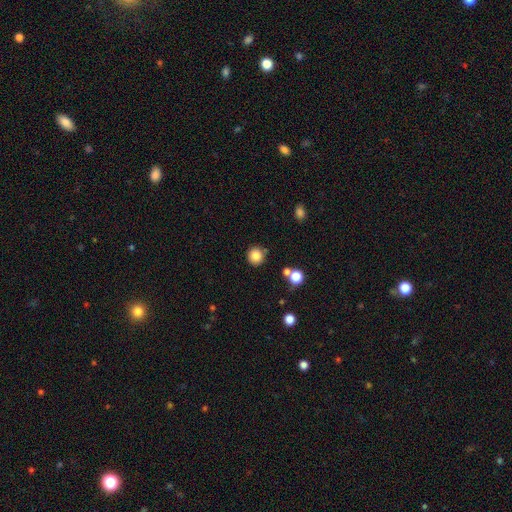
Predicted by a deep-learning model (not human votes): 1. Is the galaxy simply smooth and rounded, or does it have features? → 85% smooth, 11% star or artifact, 4% featured or disk.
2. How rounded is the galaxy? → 92% round, 7% in between, 1% cigar-shaped.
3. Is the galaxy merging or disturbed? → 84% none, 8% minor disturbance, 5% merger, 3% major disturbance.